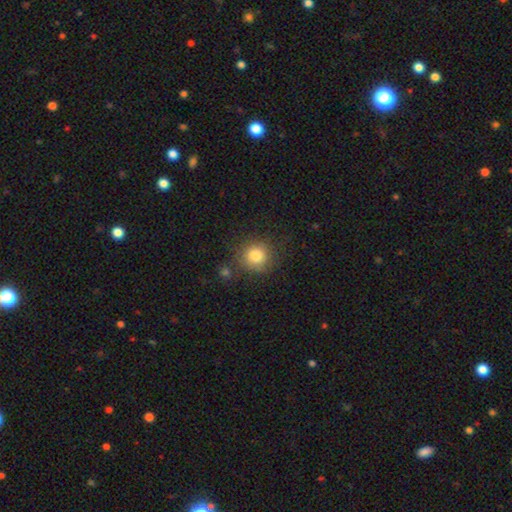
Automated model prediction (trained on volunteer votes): The model was most divided on "merging": none: 76%, minor disturbance: 14%, major disturbance: 5%, merger: 5%. More confident: how rounded — round (89%); smooth or featured — smooth (82%).